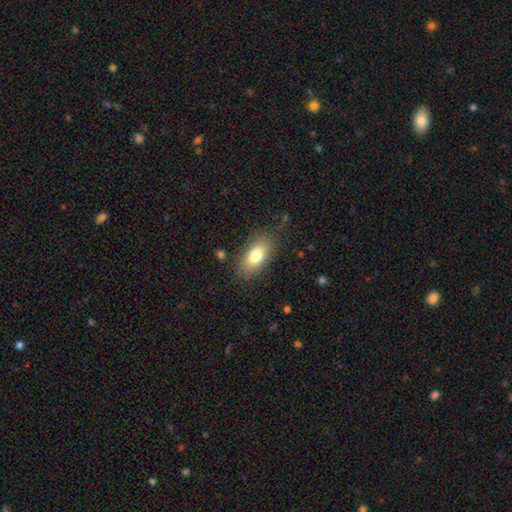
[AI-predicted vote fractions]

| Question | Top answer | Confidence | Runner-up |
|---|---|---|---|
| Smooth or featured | smooth | 78% | featured or disk (14%) |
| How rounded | in between | 88% | cigar-shaped (7%) |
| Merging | none | 82% | minor disturbance (13%) |